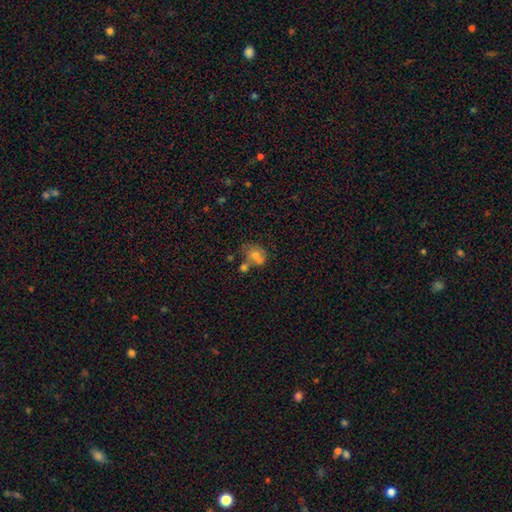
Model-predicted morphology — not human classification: smooth 54%, featured or disk 30%, star or artifact 16%. Down the decision tree: how rounded — in between (51%); merging — none (39%).